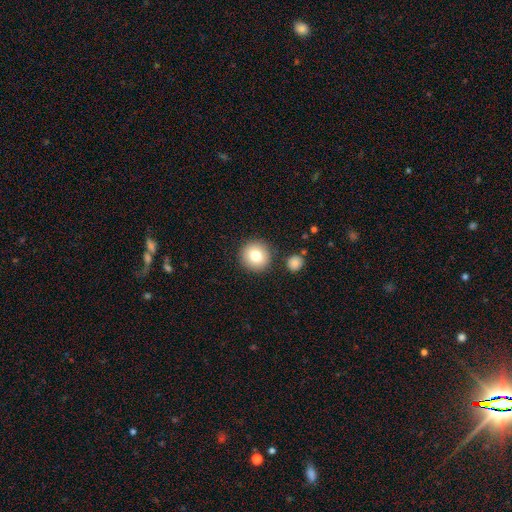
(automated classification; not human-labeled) This appears to be a smooth galaxy with no disk features (79%) that is round (94%). Merging: none (87%).